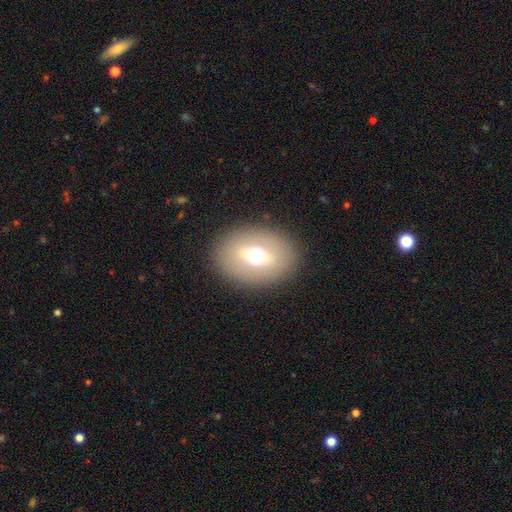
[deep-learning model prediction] Overall: smooth (59%; featured or disk 29%). How rounded: in between (61%; round 38%). Merging: none (86%).